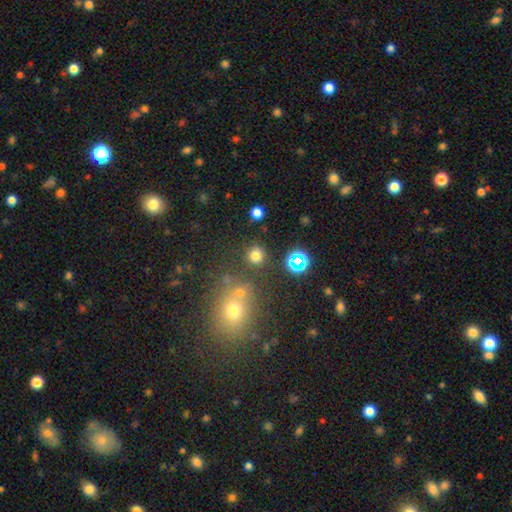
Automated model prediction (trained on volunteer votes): Smooth or featured: smooth — 74% (star or artifact — 20%)
How rounded: round — 90% (in between — 9%)
Merging: none — 83% (minor disturbance — 8%)